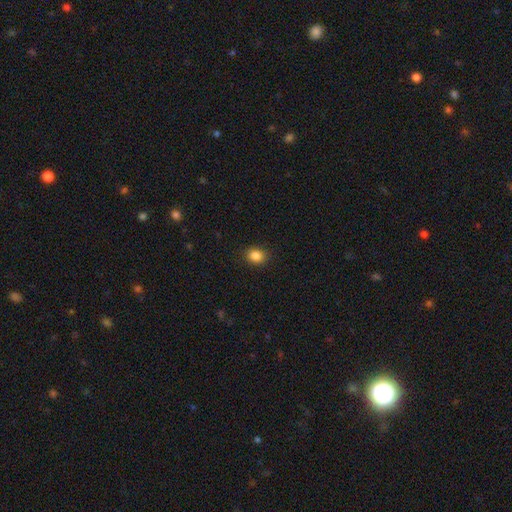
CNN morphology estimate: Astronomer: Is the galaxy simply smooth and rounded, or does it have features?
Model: smooth — 86%.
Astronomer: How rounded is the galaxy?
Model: round — 53% (runner-up: in between, 46%).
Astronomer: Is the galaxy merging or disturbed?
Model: none — 89%.